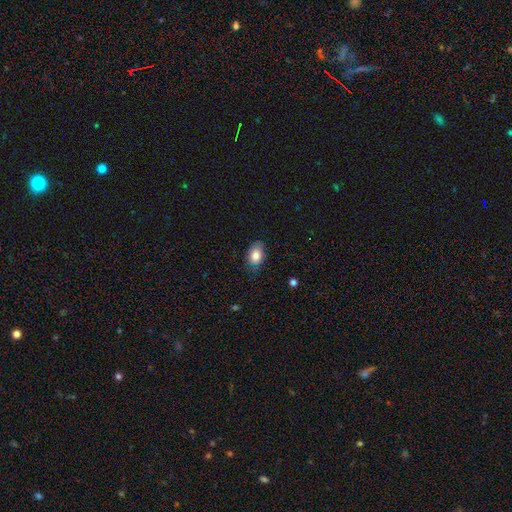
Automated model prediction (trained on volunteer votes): smooth-or-featured: smooth: 82% | featured or disk: 11% | star or artifact: 8%
  how-rounded: in between: 86% | round: 13% | cigar-shaped: 1%
  merging: none: 76% | minor disturbance: 19% | major disturbance: 4% | merger: 1%